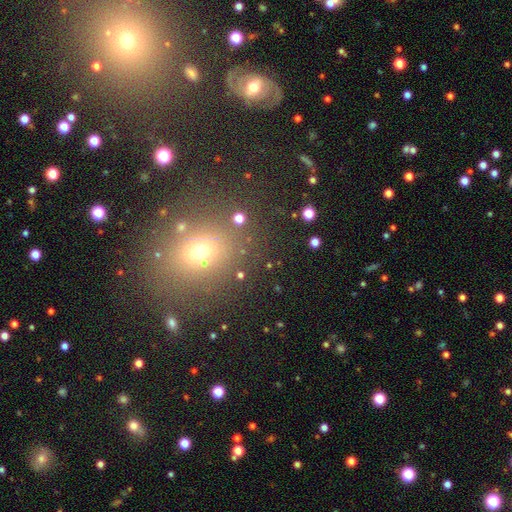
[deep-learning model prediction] A smooth galaxy with no disk features (47%).

Vote fractions:
- Smooth or featured? smooth: 47% / star or artifact: 43% / featured or disk: 10%
- Merging? none: 82% / minor disturbance: 9% / major disturbance: 5% / merger: 5%